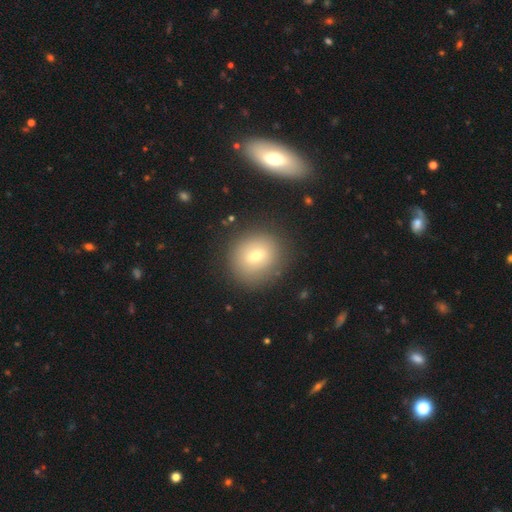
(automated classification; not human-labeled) A smooth galaxy with no disk features (69%) that is round (79%). Merging: none (84%).